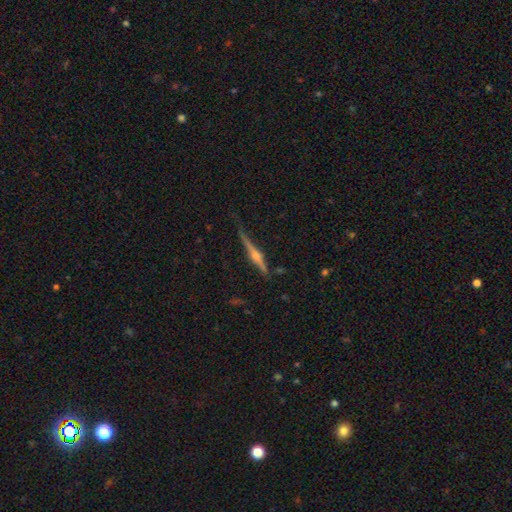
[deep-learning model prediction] smooth_or_featured: featured or disk (p=0.81) [alt: smooth p=0.13]
disk_edge_on: yes (p=0.98) [alt: no p=0.02]
edge_on_bulge: rounded (p=0.93) [alt: boxy p=0.04]
merging: none (p=0.80) [alt: minor disturbance p=0.15]